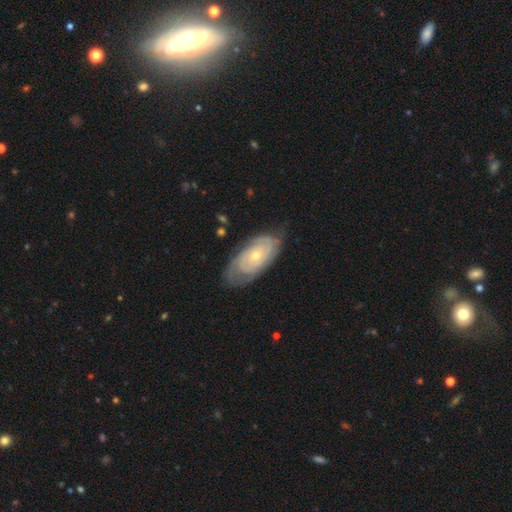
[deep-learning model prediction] Q: Smooth or featured?
A: featured or disk (78%); runner-up: smooth (16%)
Q: Edge-on disk?
A: no (93%); runner-up: yes (7%)
Q: Bar?
A: no (80%); runner-up: weak (16%)
Q: Spiral arms?
A: yes (88%); runner-up: no (12%)
Q: Spiral winding?
A: tight (76%); runner-up: medium (19%)
Q: Spiral arm count?
A: can't tell (44%); runner-up: 2 (32%)
Q: Bulge size?
A: small (63%); runner-up: moderate (34%)
Q: Merging?
A: none (74%); runner-up: minor disturbance (19%)